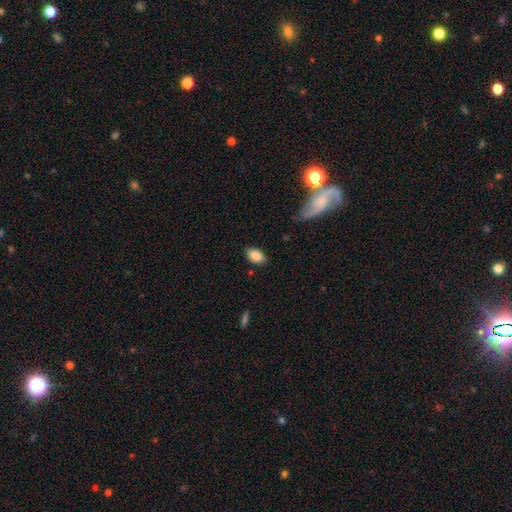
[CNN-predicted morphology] type=smooth (88%); roundness=in between (92%); merging=none (83%).